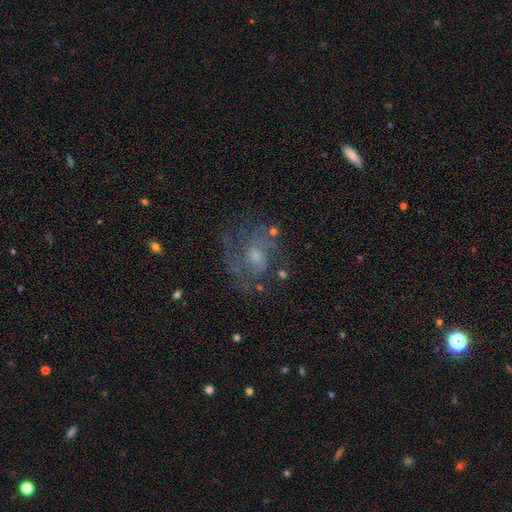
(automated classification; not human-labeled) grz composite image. It shows a featured or disk galaxy (66%) with no bar (73%), spiral arms (77%) and a small central bulge (45%). Merging: none (65%).